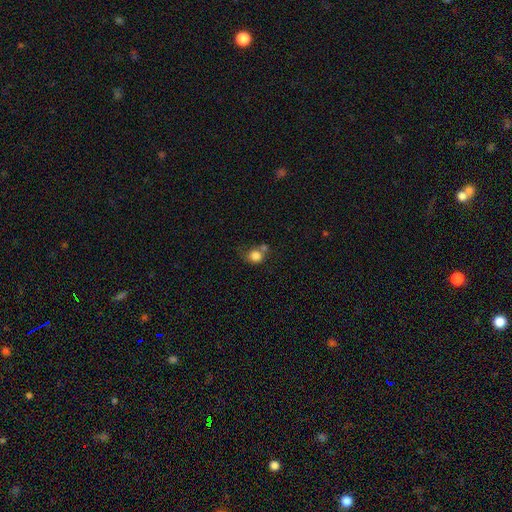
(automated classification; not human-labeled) smooth_or_featured: smooth (p=0.81) [alt: star or artifact p=0.10]
how_rounded: round (p=0.76) [alt: in between p=0.23]
merging: none (p=0.38) [alt: merger p=0.33]